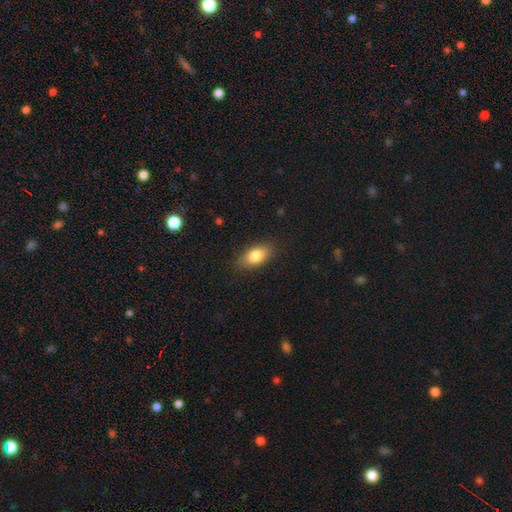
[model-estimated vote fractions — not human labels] Morphology: type=smooth (80%); roundness=in between (86%); merging=none (85%).